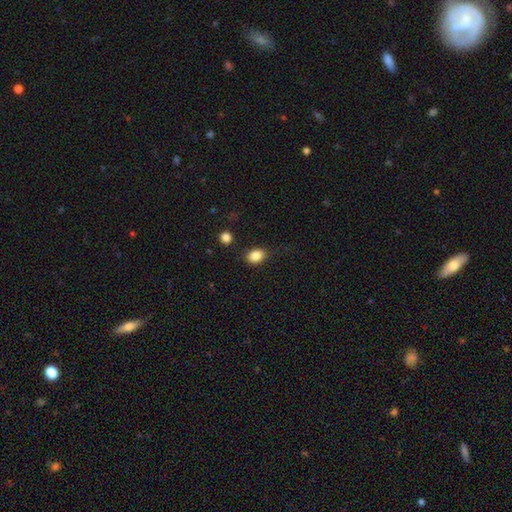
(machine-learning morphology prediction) This is clearly a smooth galaxy (86%). How rounded: likely in between (67%). Merging: clearly none (81%).